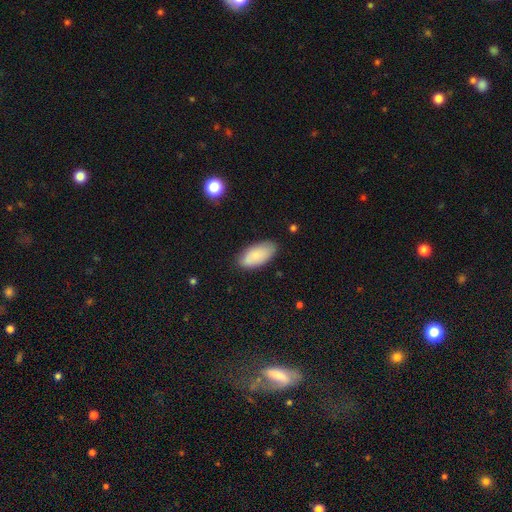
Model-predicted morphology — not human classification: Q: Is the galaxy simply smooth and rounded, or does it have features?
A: smooth — 83%.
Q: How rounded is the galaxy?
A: in between — 92%.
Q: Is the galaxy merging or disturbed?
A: none — 81%.